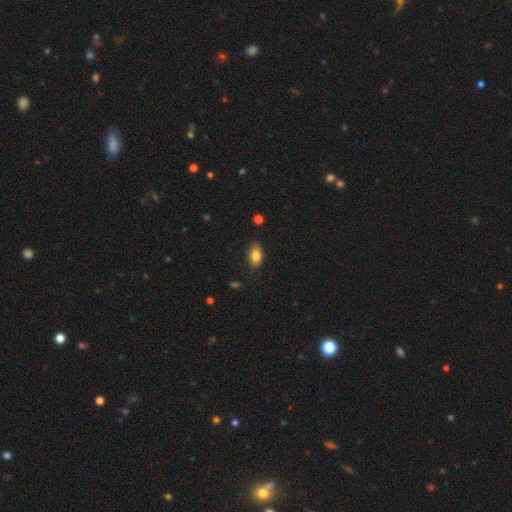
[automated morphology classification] Smooth or featured: smooth — 81% (featured or disk — 11%)
How rounded: in between — 90% (round — 7%)
Merging: none — 83% (minor disturbance — 13%)